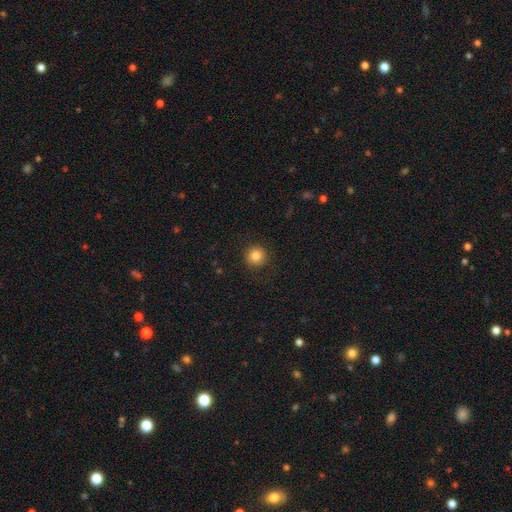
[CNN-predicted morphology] This appears to be a smooth galaxy with no disk features (85%) that is round (94%). Merging: none (90%).